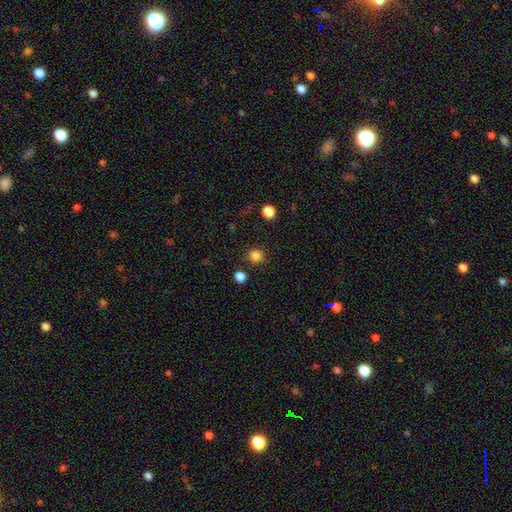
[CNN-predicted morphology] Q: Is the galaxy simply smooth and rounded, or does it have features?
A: smooth — 84%.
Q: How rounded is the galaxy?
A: round — 90%.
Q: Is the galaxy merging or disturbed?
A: none — 88%.